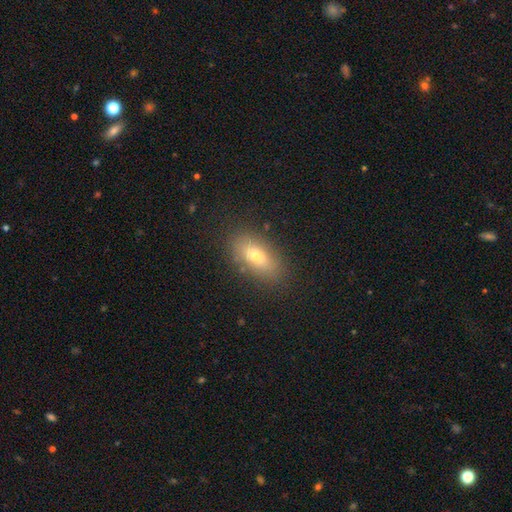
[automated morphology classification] A smooth galaxy with no disk features (71%) that is in between round and cigar-shaped (82%).

Vote fractions:
- Smooth or featured? smooth: 71% / featured or disk: 19% / star or artifact: 10%
- How rounded? in between: 82% / cigar-shaped: 13% / round: 5%
- Merging? none: 83% / minor disturbance: 11% / major disturbance: 4% / merger: 2%